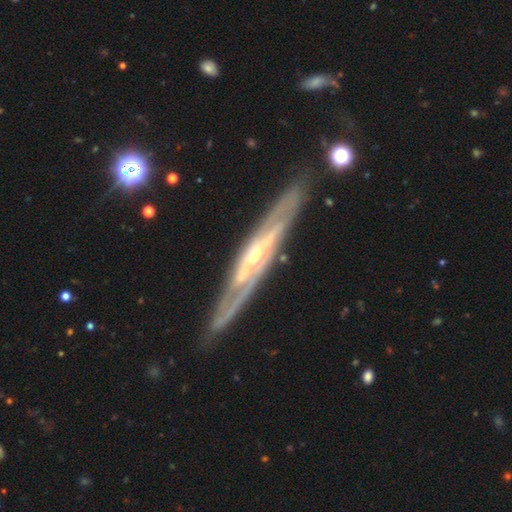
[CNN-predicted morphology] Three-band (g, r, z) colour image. It shows a featured or disk galaxy (85%) viewed edge-on (60%) with a rounded central bulge (65%). Merging: none (83%).